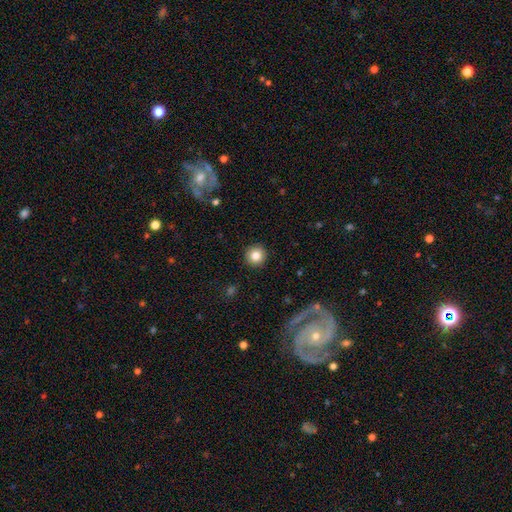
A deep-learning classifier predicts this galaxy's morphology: A smooth galaxy with no disk features (83%) that is round (95%). Merging: none (92%).